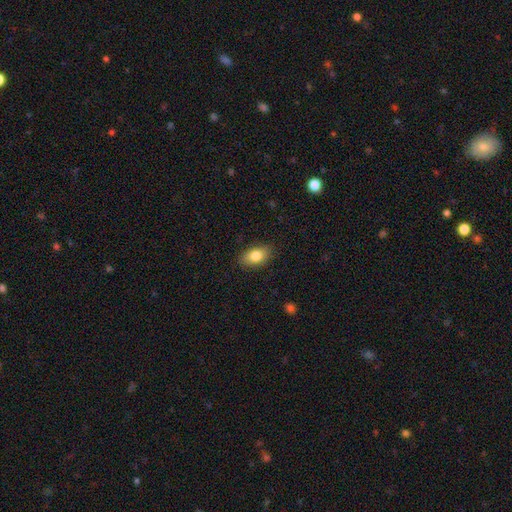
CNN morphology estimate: The model was most divided on "smooth or featured": smooth: 82%, featured or disk: 10%, star or artifact: 8%. More confident: how rounded — in between (89%); merging — none (86%).